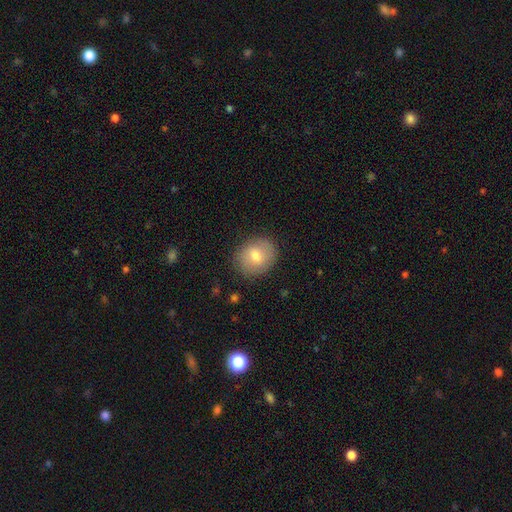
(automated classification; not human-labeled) smooth_or_featured: smooth (p=0.73) [alt: featured or disk p=0.19]
how_rounded: round (p=0.67) [alt: in between p=0.32]
merging: none (p=0.83) [alt: minor disturbance p=0.12]